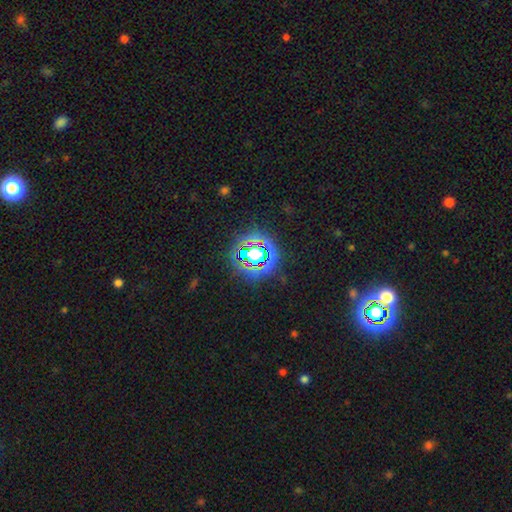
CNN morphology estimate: Q: Smooth or featured?
A: star or artifact (63%); runner-up: smooth (25%)